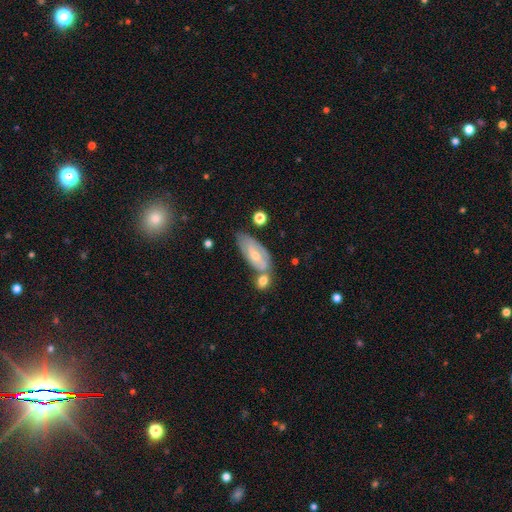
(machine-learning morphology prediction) smooth-or-featured: featured or disk: 51% | smooth: 42% | star or artifact: 7%
  disk-edge-on: no: 81% | yes: 19%
  merging: none: 49% | merger: 23% | minor disturbance: 20% | major disturbance: 7%